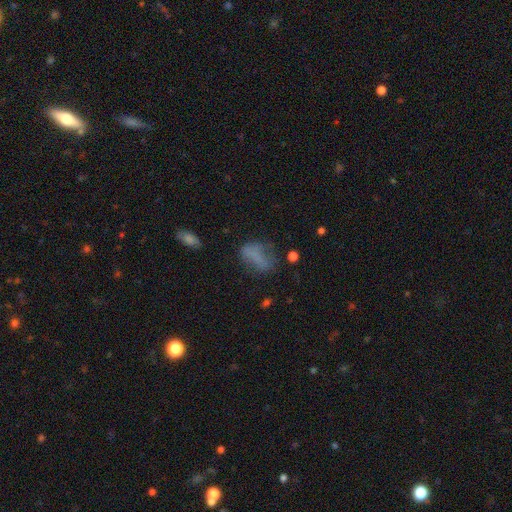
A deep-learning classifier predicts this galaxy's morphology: Smooth or featured? smooth (62%)
How rounded? in between (73%)
Merging? none (44%)